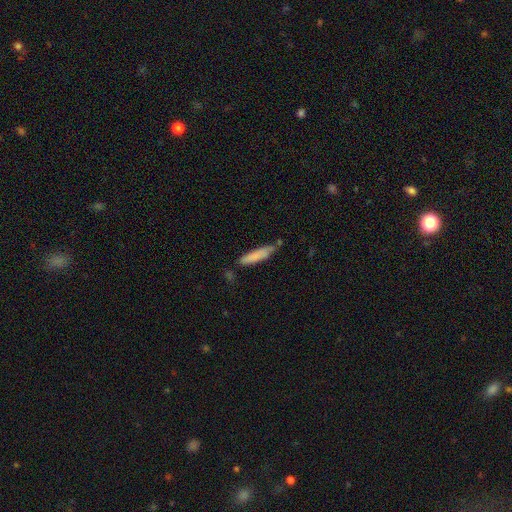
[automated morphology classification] A smooth galaxy with no disk features (78%) that is cigar-shaped (84%).

Vote fractions:
- Smooth or featured? smooth: 78% / featured or disk: 15% / star or artifact: 6%
- How rounded? cigar-shaped: 84% / in between: 14% / round: 1%
- Merging? none: 65% / minor disturbance: 23% / merger: 7% / major disturbance: 5%